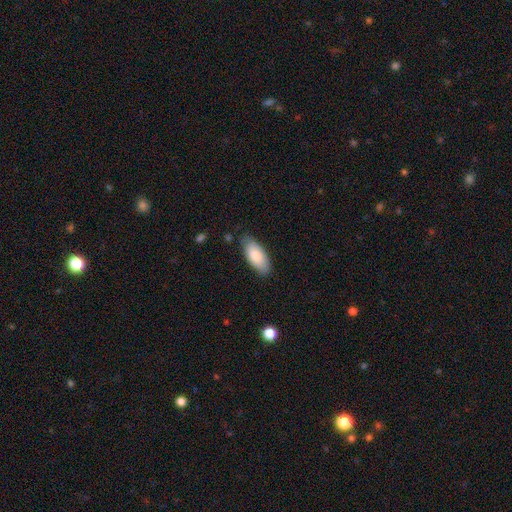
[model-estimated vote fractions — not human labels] smooth_or_featured: smooth (p=0.82) [alt: featured or disk p=0.13]
how_rounded: in between (p=0.88) [alt: cigar-shaped p=0.11]
merging: none (p=0.81) [alt: minor disturbance p=0.15]